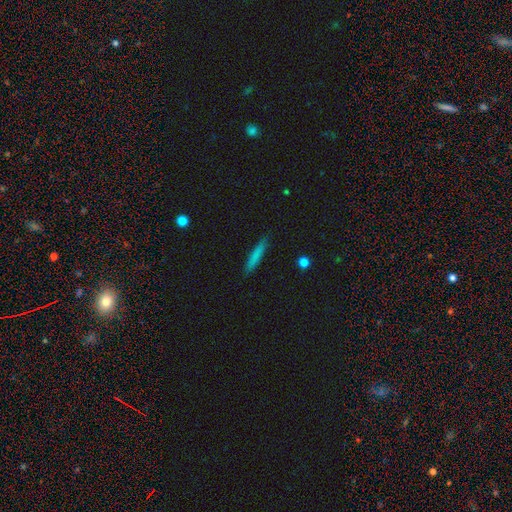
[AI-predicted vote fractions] Smooth or featured? smooth (78%)
How rounded? cigar-shaped (92%)
Merging? none (87%)